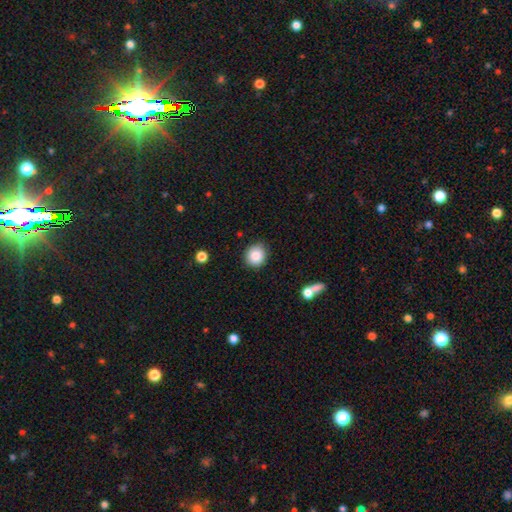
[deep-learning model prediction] This is clearly a smooth galaxy (85%). How rounded: clearly round (86%). Merging: clearly none (87%).